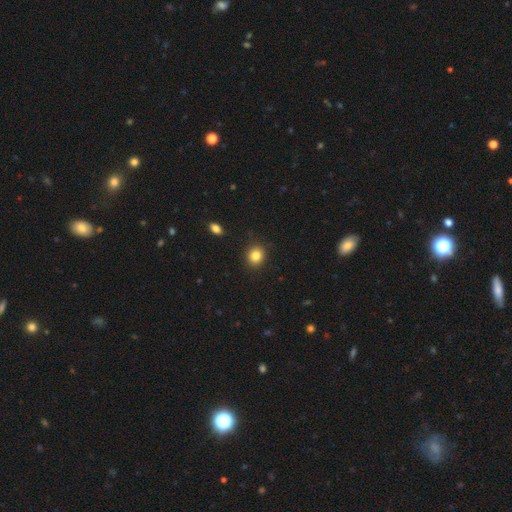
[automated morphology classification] smooth_or_featured: smooth (p=0.84) [alt: star or artifact p=0.11]
how_rounded: round (p=0.74) [alt: in between p=0.25]
merging: none (p=0.89) [alt: minor disturbance p=0.08]